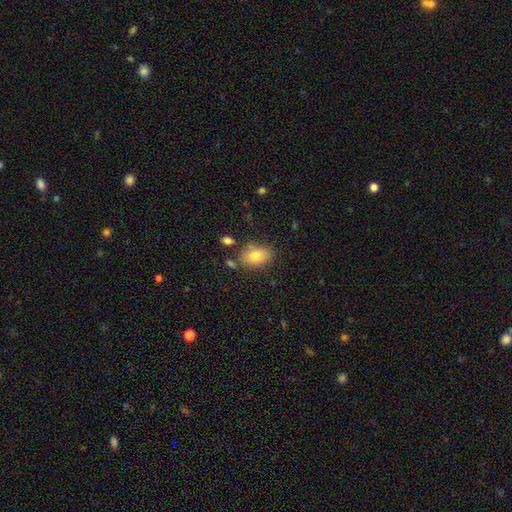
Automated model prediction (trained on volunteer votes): smooth 80%, featured or disk 12%, star or artifact 8%. Down the decision tree: how rounded — in between (86%); merging — none (74%).